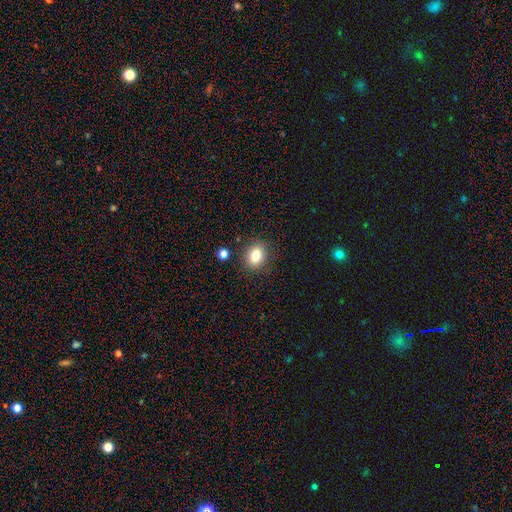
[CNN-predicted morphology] smooth-or-featured: smooth: 81% | star or artifact: 11% | featured or disk: 8%
  how-rounded: in between: 63% | round: 35% | cigar-shaped: 2%
  merging: none: 85% | minor disturbance: 9% | major disturbance: 3% | merger: 3%